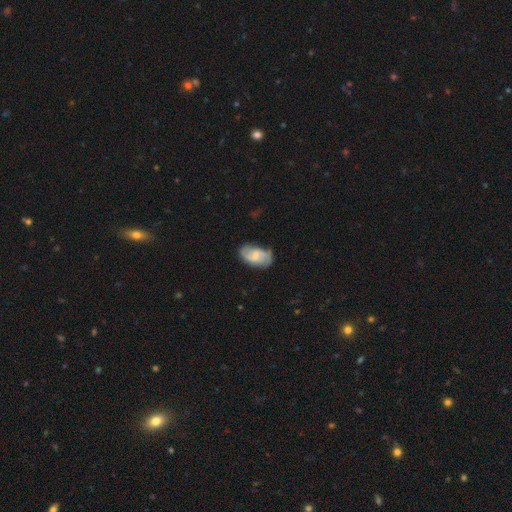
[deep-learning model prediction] smooth_or_featured: featured or disk (p=0.59) [alt: smooth p=0.34]
disk_edge_on: no (p=0.96) [alt: yes p=0.04]
bar: weak (p=0.51) [alt: no p=0.35]
has_spiral_arms: yes (p=0.84) [alt: no p=0.16]
bulge_size: small (p=0.40) [alt: moderate p=0.28]
merging: none (p=0.61) [alt: minor disturbance p=0.27]